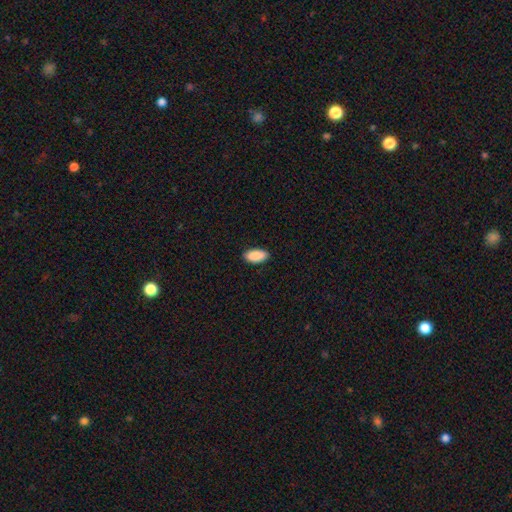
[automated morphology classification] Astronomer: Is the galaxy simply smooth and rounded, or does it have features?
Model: smooth — 91%.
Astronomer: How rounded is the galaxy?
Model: in between — 93%.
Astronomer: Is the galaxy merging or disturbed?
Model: none — 89%.